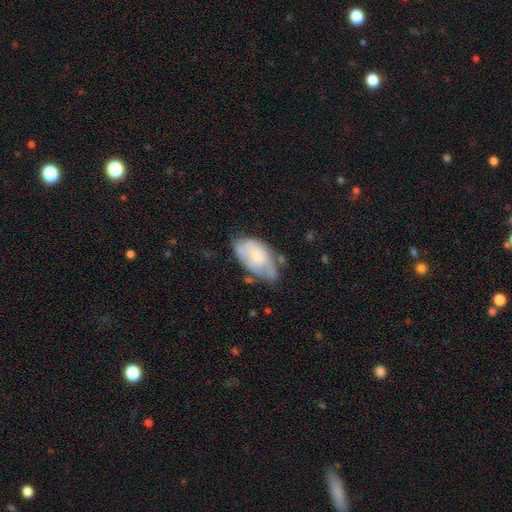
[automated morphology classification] Smooth or featured?
  - smooth: 49% *
  - featured or disk: 44%
  - star or artifact: 7%
Merging?
  - none: 45% *
  - minor disturbance: 37%
  - major disturbance: 13%
  - merger: 5%